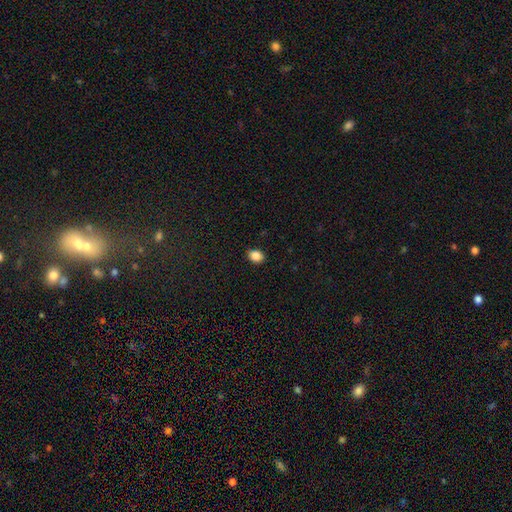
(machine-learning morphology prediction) smooth 87%, star or artifact 10%, featured or disk 3%. Down the decision tree: how rounded — in between (56%); merging — none (87%).